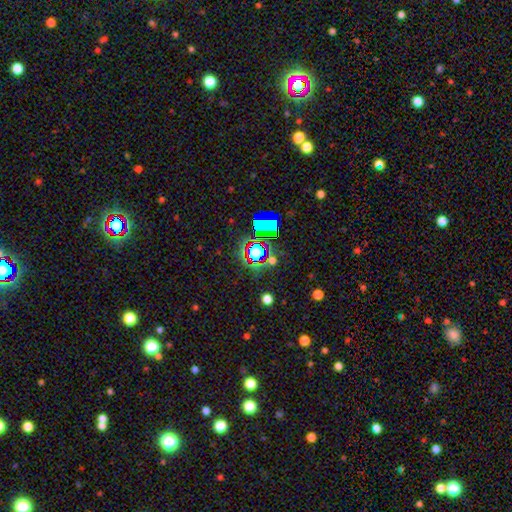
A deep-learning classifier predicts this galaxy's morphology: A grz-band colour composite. It shows a star or artifact, not a galaxy (64%).